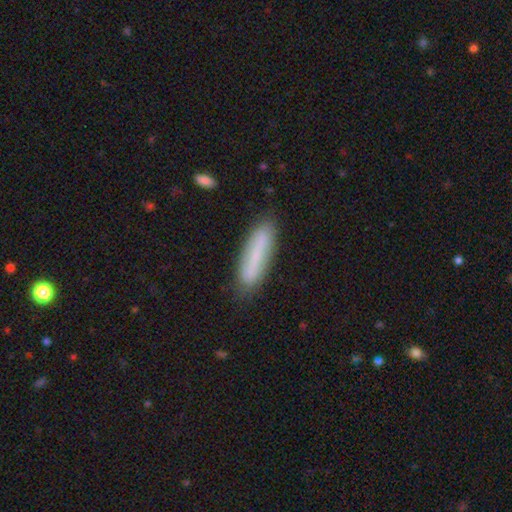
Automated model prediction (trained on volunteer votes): Smooth or featured?
  - smooth: 64% *
  - featured or disk: 29%
  - star or artifact: 8%
How rounded?
  - cigar-shaped: 76% *
  - in between: 22%
  - round: 2%
Merging?
  - none: 83% *
  - minor disturbance: 12%
  - major disturbance: 3%
  - merger: 2%